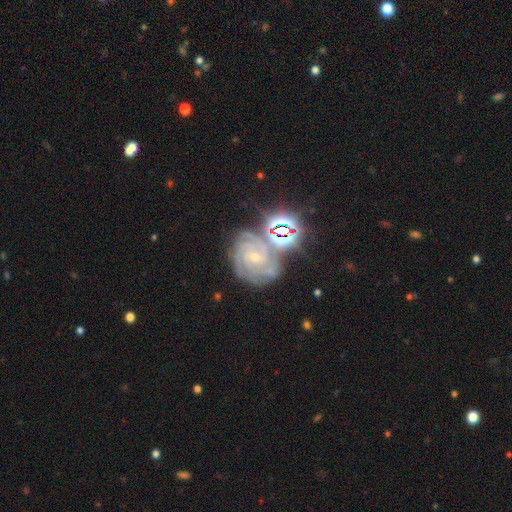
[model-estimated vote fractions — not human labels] Smooth or featured? Predicted: featured or disk (p=0.78). Edge-on disk? Predicted: no (p=0.98). Bar? Predicted: no (p=0.67). Spiral arms? Predicted: yes (p=0.98). Spiral winding? Predicted: tight (p=0.77). Spiral arm count? Predicted: 3 (p=0.29). Bulge size? Predicted: small (p=0.77). Merging? Predicted: none (p=0.65).